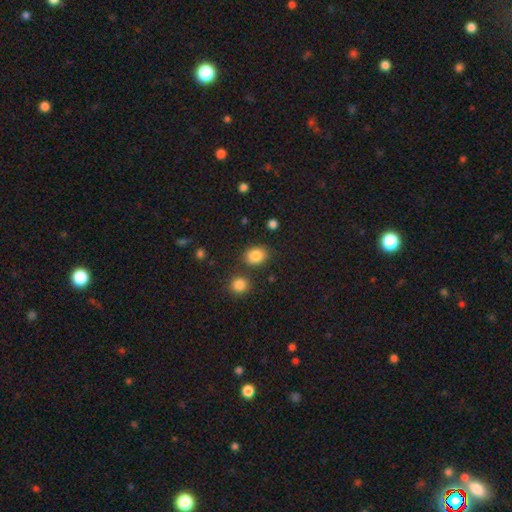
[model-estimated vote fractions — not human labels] Q: Smooth or featured?
A: smooth (85%); runner-up: star or artifact (10%)
Q: How rounded?
A: in between (56%); runner-up: round (43%)
Q: Merging?
A: none (77%); runner-up: minor disturbance (12%)